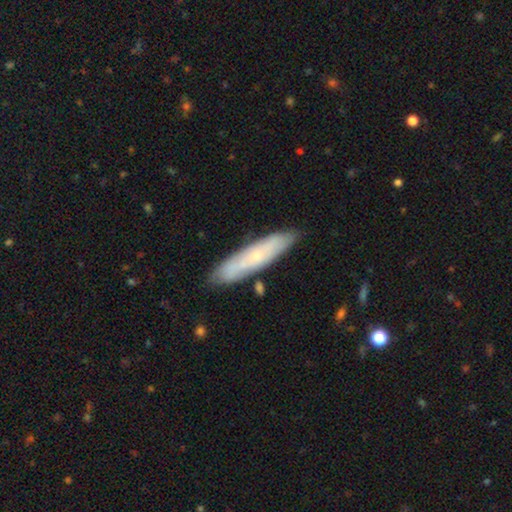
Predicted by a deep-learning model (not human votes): Smooth or featured: featured or disk — 48% (smooth — 46%)
Merging: none — 82% (minor disturbance — 13%)